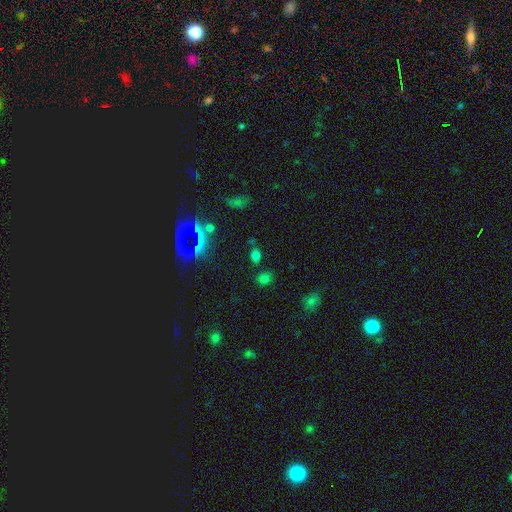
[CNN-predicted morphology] Smooth or featured? Predicted: smooth (p=0.57). How rounded? Predicted: in between (p=0.62). Merging? Predicted: none (p=0.76).